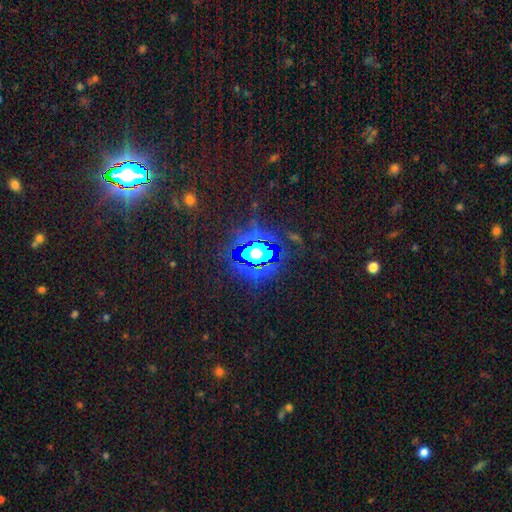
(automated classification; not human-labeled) Smooth or featured: star or artifact — 82% (smooth — 10%)